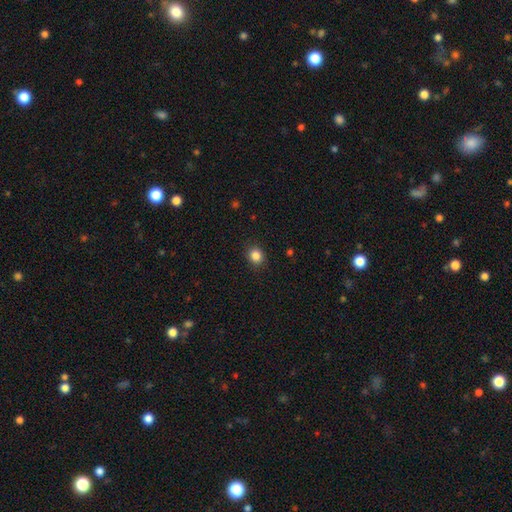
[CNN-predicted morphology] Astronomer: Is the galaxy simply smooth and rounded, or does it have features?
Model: smooth — 86%.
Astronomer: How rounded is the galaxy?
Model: round — 74%.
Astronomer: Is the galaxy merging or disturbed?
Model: none — 90%.